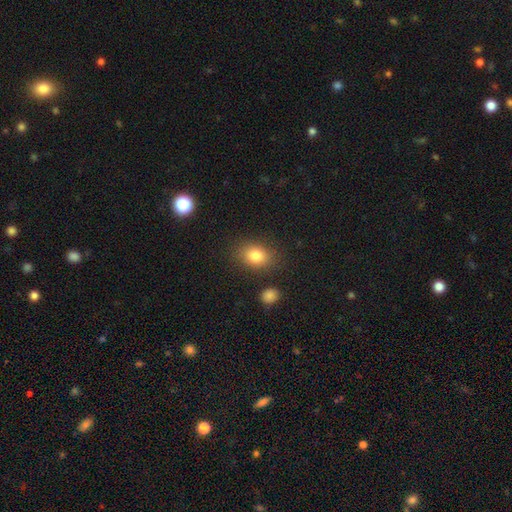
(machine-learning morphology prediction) Smooth or featured?
  - smooth: 82% *
  - star or artifact: 10%
  - featured or disk: 8%
How rounded?
  - in between: 65% *
  - round: 33%
  - cigar-shaped: 1%
Merging?
  - none: 82% *
  - minor disturbance: 11%
  - major disturbance: 4%
  - merger: 3%